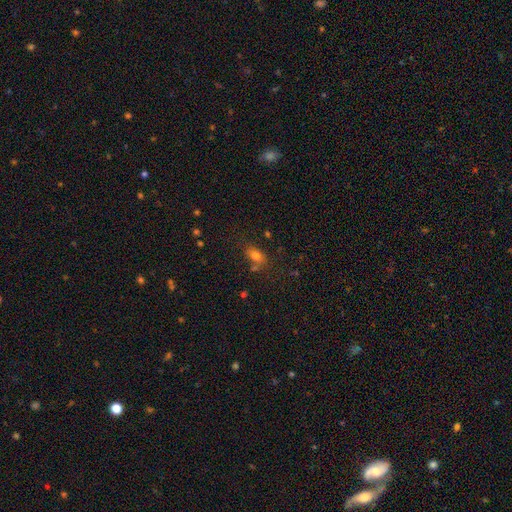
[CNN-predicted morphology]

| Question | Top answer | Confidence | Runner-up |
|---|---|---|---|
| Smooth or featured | smooth | 77% | star or artifact (13%) |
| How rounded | in between | 79% | round (18%) |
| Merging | none | 63% | minor disturbance (16%) |